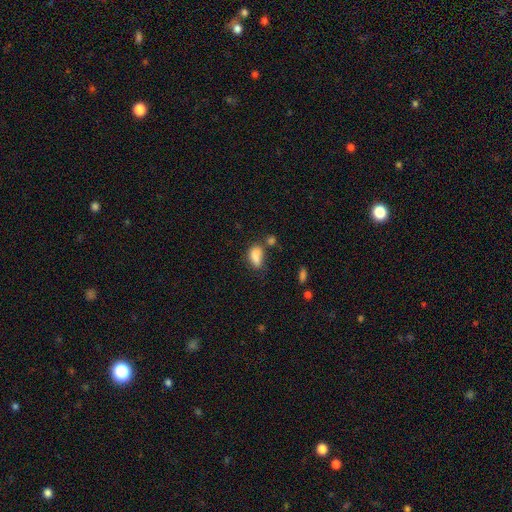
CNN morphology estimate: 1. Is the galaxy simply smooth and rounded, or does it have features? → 82% smooth, 10% star or artifact, 8% featured or disk.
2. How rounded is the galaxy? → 86% in between, 8% round, 7% cigar-shaped.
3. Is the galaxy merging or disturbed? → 42% none, 26% minor disturbance, 19% merger, 13% major disturbance.